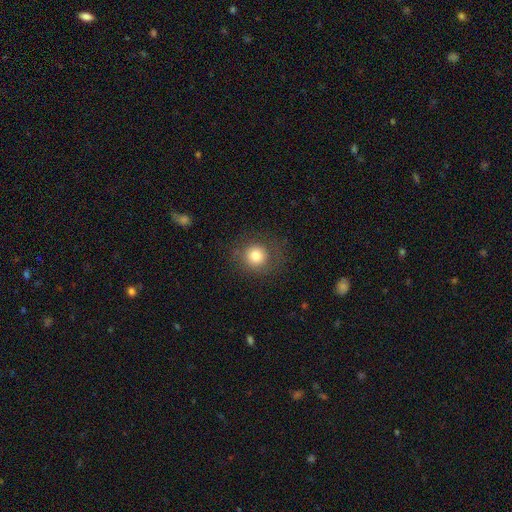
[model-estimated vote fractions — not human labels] smooth_or_featured: smooth (p=0.80) [alt: star or artifact p=0.11]
how_rounded: round (p=0.89) [alt: in between p=0.10]
merging: none (p=0.82) [alt: minor disturbance p=0.11]